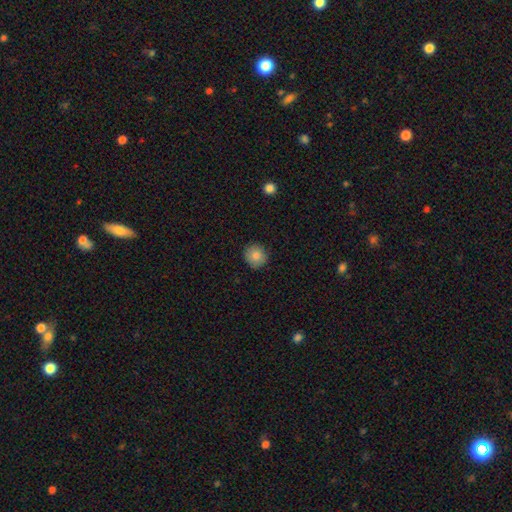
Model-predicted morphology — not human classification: This is clearly a smooth galaxy (83%). How rounded: clearly round (91%). Merging: clearly none (89%).